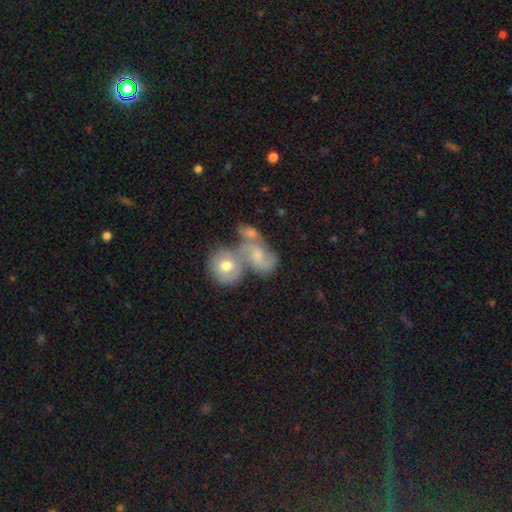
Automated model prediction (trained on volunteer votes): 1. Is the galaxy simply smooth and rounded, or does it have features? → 61% featured or disk, 28% smooth, 11% star or artifact.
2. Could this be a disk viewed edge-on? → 96% no, 4% yes.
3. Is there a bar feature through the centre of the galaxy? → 64% no, 29% weak, 7% strong.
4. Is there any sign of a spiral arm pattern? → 83% yes, 17% no.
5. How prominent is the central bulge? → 51% moderate, 38% small, 5% none, 4% large, 2% dominant.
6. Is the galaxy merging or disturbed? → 59% merger, 23% none, 10% minor disturbance, 7% major disturbance.